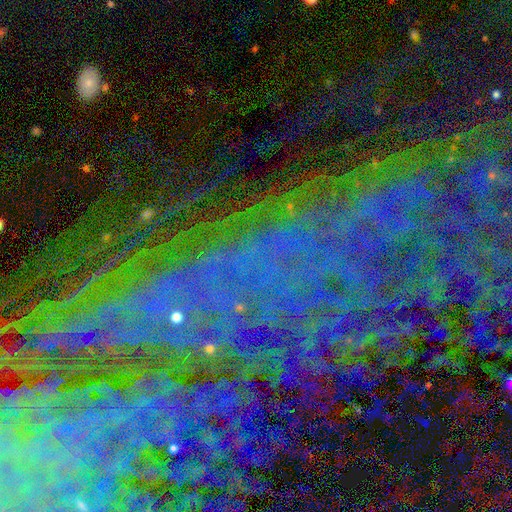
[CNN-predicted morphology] A star or artifact, not a galaxy (75%).